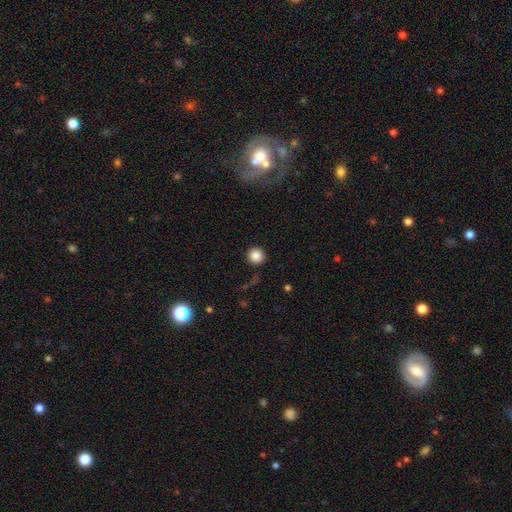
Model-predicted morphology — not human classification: The model was most divided on "smooth or featured": smooth: 86%, star or artifact: 10%, featured or disk: 4%. More confident: how rounded — round (94%); merging — none (89%).